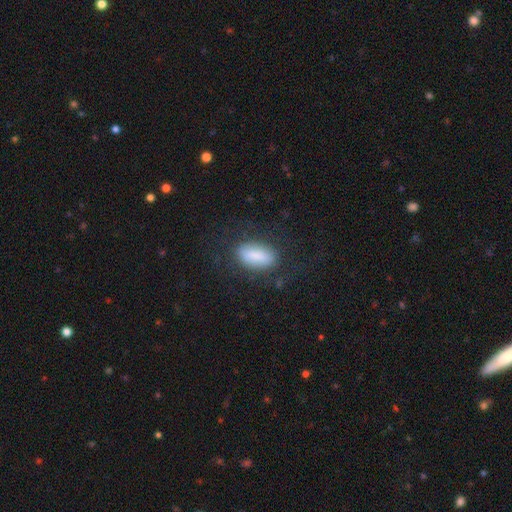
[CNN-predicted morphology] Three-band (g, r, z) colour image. It shows a smooth galaxy with no disk features (80%) that is in between round and cigar-shaped (85%). Merging: none (76%).